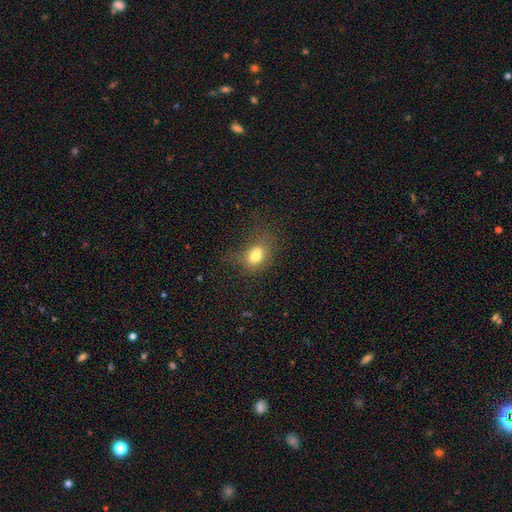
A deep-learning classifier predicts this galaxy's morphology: A smooth galaxy with no disk features (72%) that is in between round and cigar-shaped (62%). Merging: none (37%).